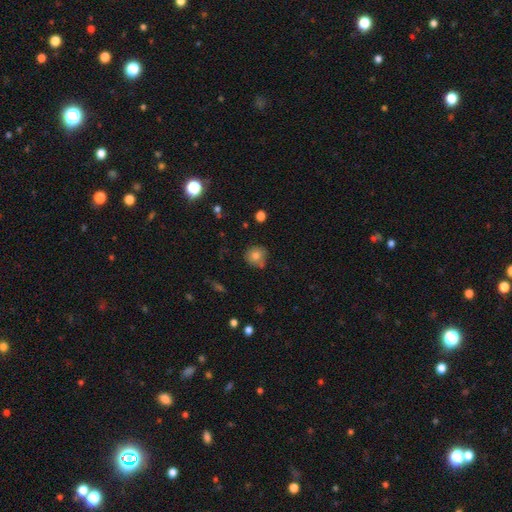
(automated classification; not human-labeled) A smooth galaxy with no disk features (77%) that is round (89%).

Vote fractions:
- Smooth or featured? smooth: 77% / featured or disk: 12% / star or artifact: 11%
- How rounded? round: 89% / in between: 10% / cigar-shaped: 1%
- Merging? none: 70% / minor disturbance: 16% / merger: 10% / major disturbance: 4%